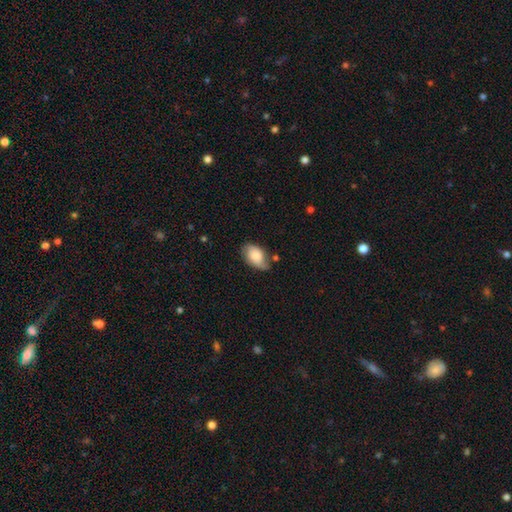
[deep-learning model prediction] Smooth or featured?
  - smooth: 68% *
  - featured or disk: 25%
  - star or artifact: 7%
How rounded?
  - in between: 91% *
  - round: 7%
  - cigar-shaped: 2%
Merging?
  - none: 53% *
  - minor disturbance: 33%
  - major disturbance: 9%
  - merger: 5%